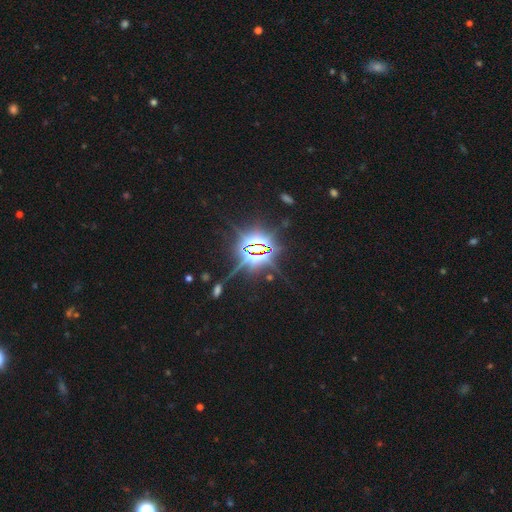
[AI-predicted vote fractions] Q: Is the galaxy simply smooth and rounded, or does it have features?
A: star or artifact — 84%.